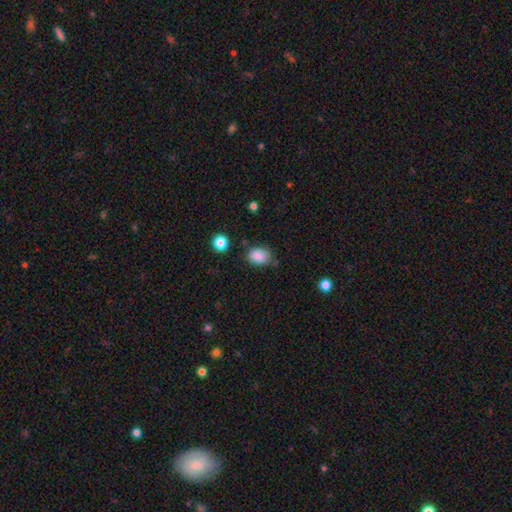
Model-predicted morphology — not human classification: type=smooth (86%); roundness=in between (73%); merging=none (71%).